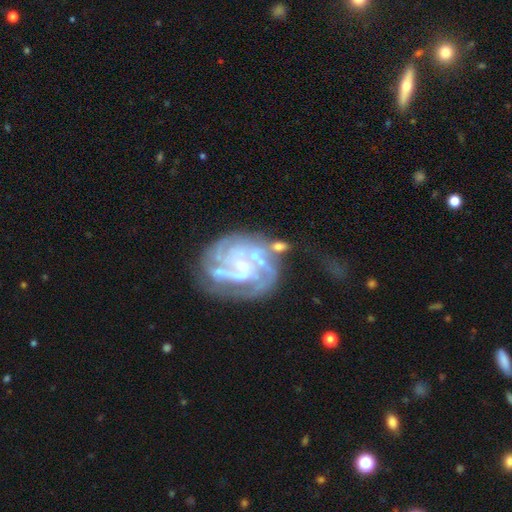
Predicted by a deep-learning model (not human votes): Smooth or featured: featured or disk — 83% (smooth — 10%)
Edge-on disk: no — 98% (yes — 2%)
Bar: no — 50% (weak — 36%)
Spiral arms: yes — 88% (no — 12%)
Spiral winding: tight — 49% (medium — 38%)
Spiral arm count: 3 — 31% (can't tell — 26%)
Bulge size: small — 40% (none — 29%)
Merging: none — 46% (major disturbance — 22%)